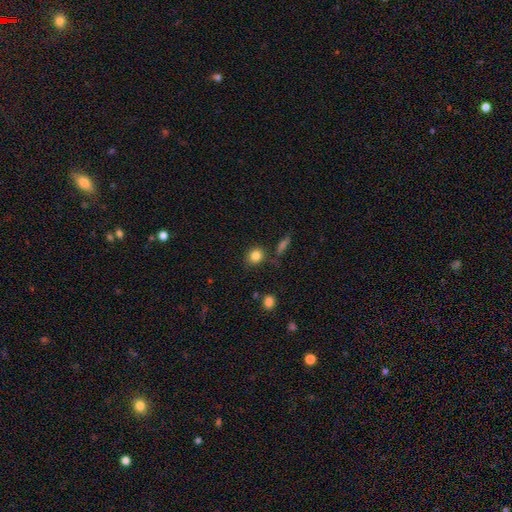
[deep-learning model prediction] Smooth or featured?
  - smooth: 83% *
  - star or artifact: 10%
  - featured or disk: 6%
How rounded?
  - round: 74% *
  - in between: 25%
  - cigar-shaped: 1%
Merging?
  - none: 79% *
  - minor disturbance: 12%
  - merger: 5%
  - major disturbance: 4%